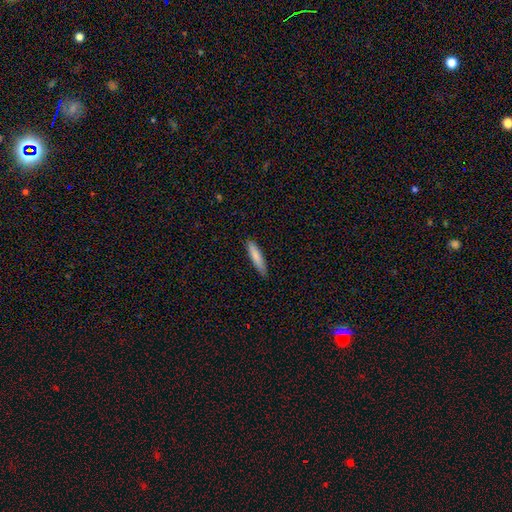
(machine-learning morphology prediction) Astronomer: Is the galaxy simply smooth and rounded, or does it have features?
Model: smooth — 82%.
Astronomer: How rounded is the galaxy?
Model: cigar-shaped — 82%.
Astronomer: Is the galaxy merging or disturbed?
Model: none — 87%.